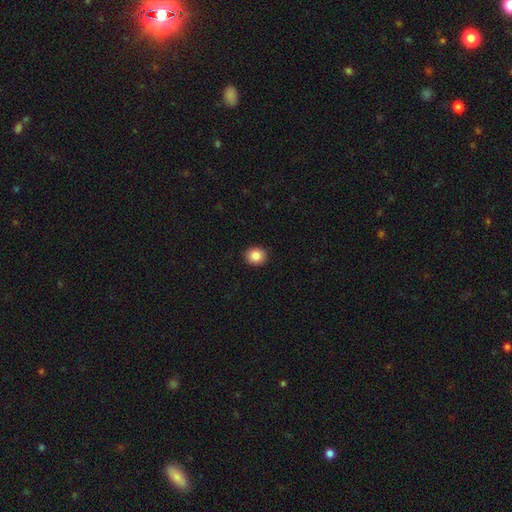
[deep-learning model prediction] The model was most divided on "how rounded": round: 81%, in between: 18%, cigar-shaped: 1%. More confident: merging — none (92%); smooth or featured — smooth (86%).